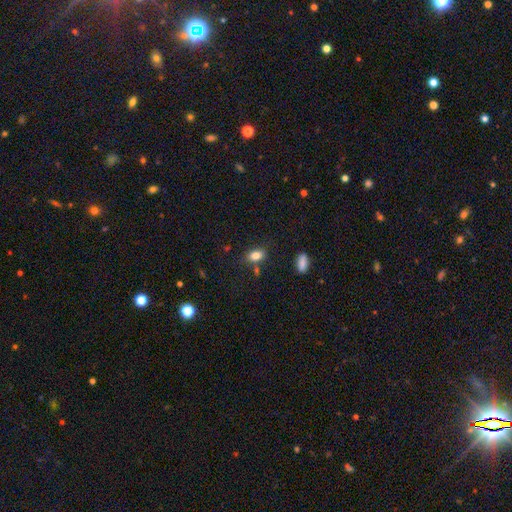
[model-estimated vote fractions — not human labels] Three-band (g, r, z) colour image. It shows a smooth galaxy with no disk features (82%) that is in between round and cigar-shaped (85%). Merging: none (76%).